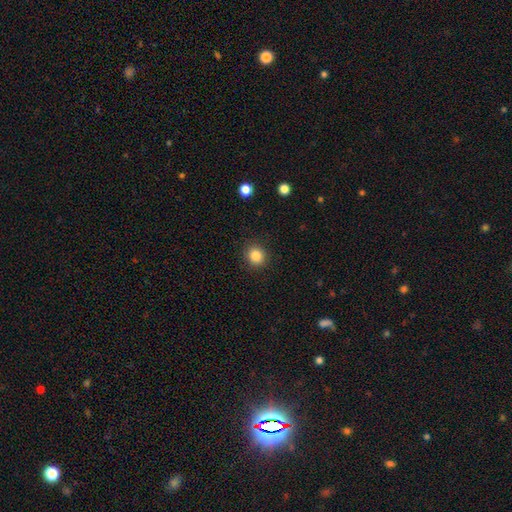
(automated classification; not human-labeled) smooth-or-featured: smooth: 85% | star or artifact: 11% | featured or disk: 5%
  how-rounded: round: 88% | in between: 11% | cigar-shaped: 1%
  merging: none: 91% | minor disturbance: 6% | major disturbance: 2% | merger: 1%